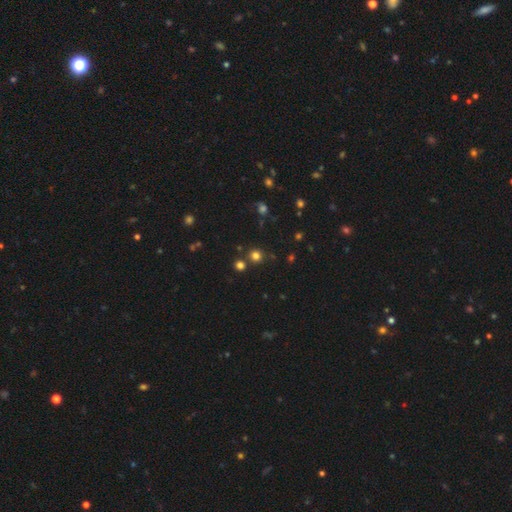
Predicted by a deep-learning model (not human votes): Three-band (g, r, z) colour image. It shows a smooth galaxy with no disk features (74%) that is round (92%). Merging: none (81%).